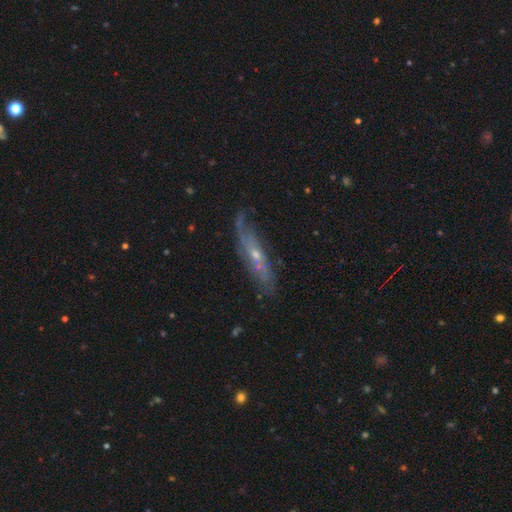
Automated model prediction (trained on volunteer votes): Overall: featured or disk (72%). Edge-on disk: yes (52%; no 48%). Merging: none (71%).